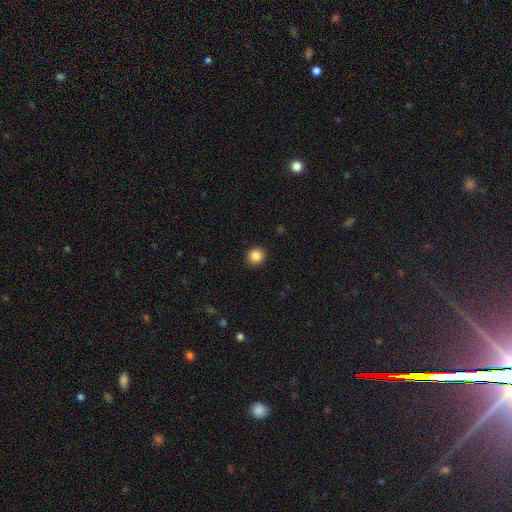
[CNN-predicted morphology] This appears to be a smooth galaxy with no disk features (86%) that is round (83%). Merging: none (91%).